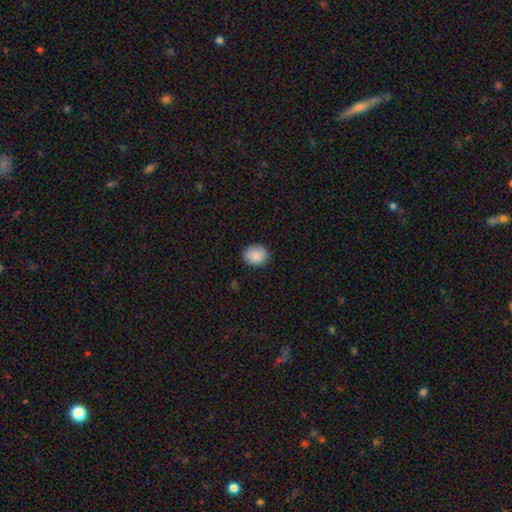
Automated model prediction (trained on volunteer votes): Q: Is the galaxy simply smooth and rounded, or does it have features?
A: smooth — 89%.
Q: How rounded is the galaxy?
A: in between — 52%.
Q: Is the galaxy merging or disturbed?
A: none — 87%.